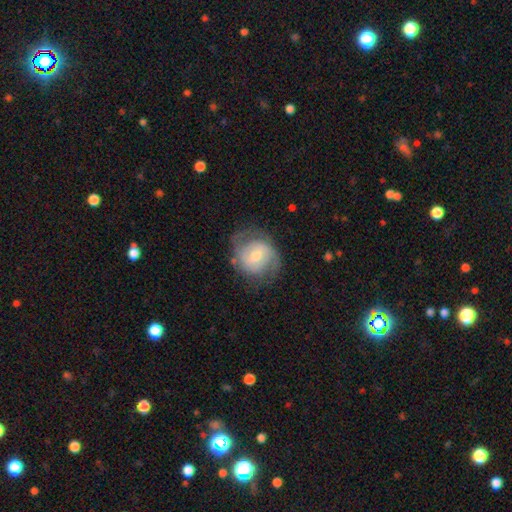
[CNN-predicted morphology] Overall: featured or disk (67%; smooth 27%). Edge-on disk: no (98%). Bar: weak (48%; no 41%). Spiral arms: yes (83%). Spiral arm count: 2 (74%). Spiral winding: tight (42%; medium 41%). Bulge size: moderate (62%; small 29%). Merging: none (66%).